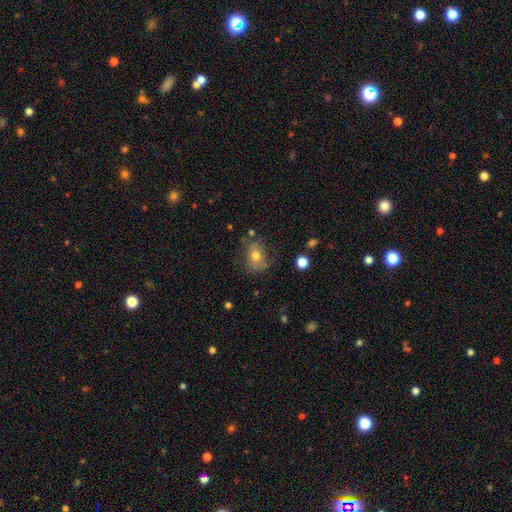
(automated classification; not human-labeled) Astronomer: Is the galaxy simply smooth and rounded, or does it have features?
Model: smooth — 65%.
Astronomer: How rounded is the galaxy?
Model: in between — 55% (runner-up: round, 44%).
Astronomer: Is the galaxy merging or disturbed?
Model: none — 60%.